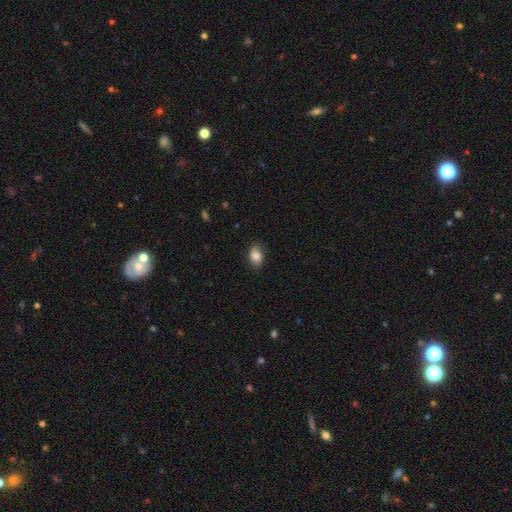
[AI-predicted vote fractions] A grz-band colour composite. It shows a smooth galaxy with no disk features (85%) that is in between round and cigar-shaped (84%). Merging: none (83%).